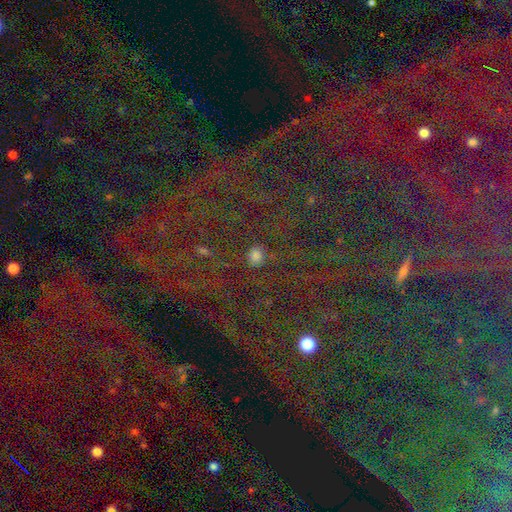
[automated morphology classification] Q: Smooth or featured?
A: star or artifact (47%); runner-up: smooth (44%)